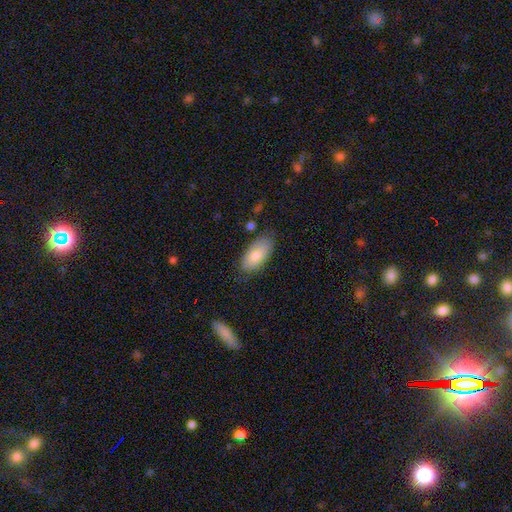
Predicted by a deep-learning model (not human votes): Smooth or featured?
  - smooth: 79% *
  - featured or disk: 15%
  - star or artifact: 6%
How rounded?
  - in between: 93% *
  - cigar-shaped: 5%
  - round: 3%
Merging?
  - none: 76% *
  - minor disturbance: 18%
  - major disturbance: 4%
  - merger: 2%